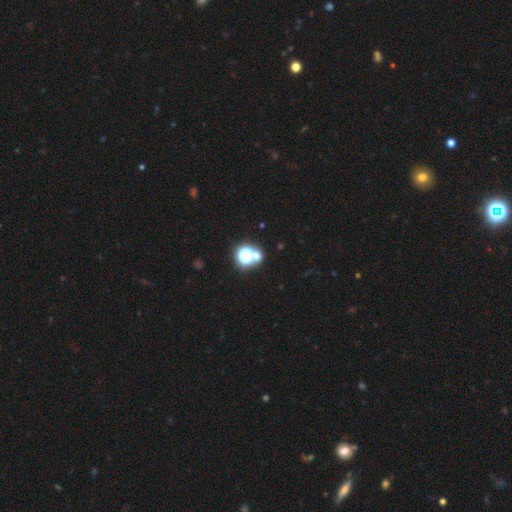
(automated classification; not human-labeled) The model was most divided on "smooth or featured": star or artifact: 51%, smooth: 40%, featured or disk: 9%.